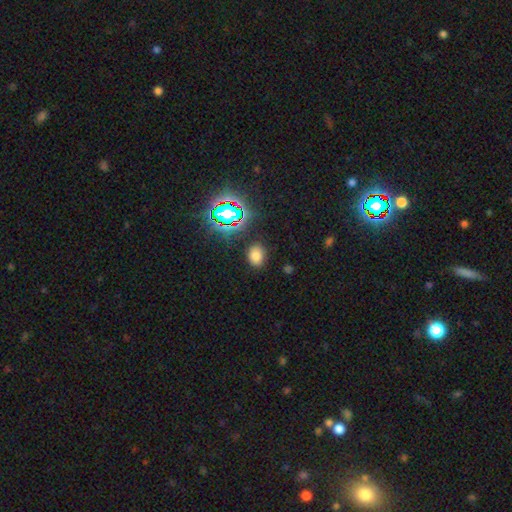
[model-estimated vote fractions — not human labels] smooth 70%, star or artifact 23%, featured or disk 7%. Down the decision tree: how rounded — in between (65%); merging — none (84%).